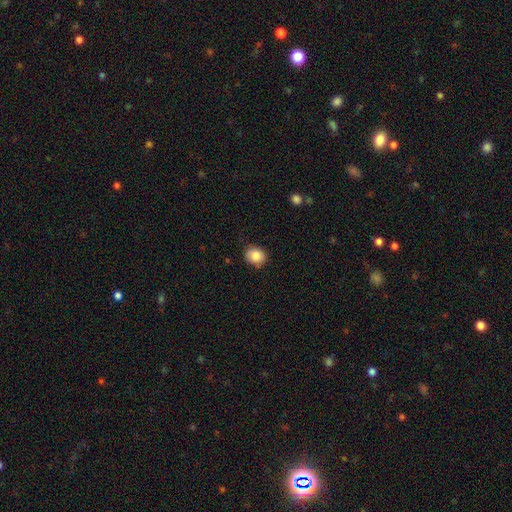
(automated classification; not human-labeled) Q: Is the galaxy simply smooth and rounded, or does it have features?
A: smooth — 84%.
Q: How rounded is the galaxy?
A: round — 67%.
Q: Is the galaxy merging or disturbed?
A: none — 79%.